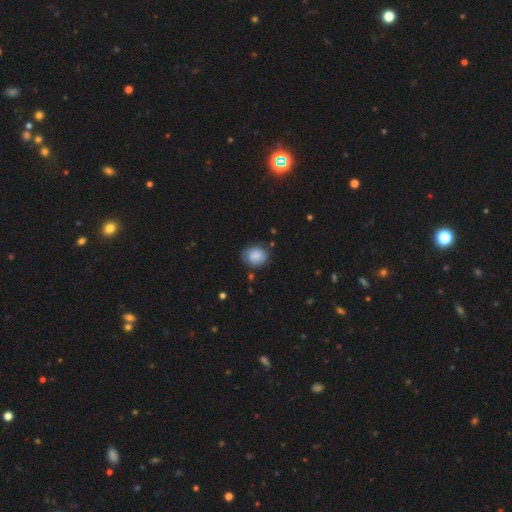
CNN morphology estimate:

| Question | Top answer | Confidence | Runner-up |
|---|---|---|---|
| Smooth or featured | smooth | 81% | featured or disk (12%) |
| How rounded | round | 63% | in between (36%) |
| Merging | none | 72% | minor disturbance (21%) |